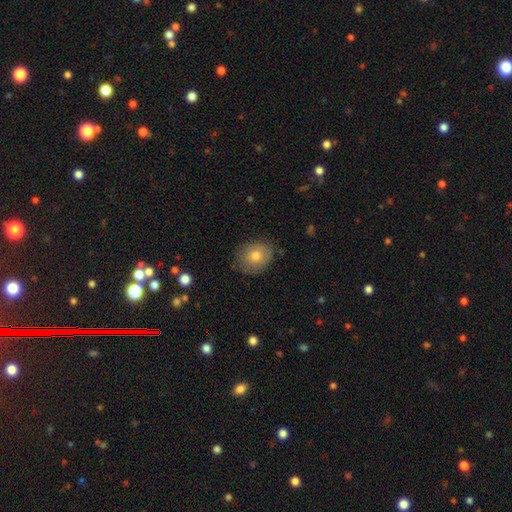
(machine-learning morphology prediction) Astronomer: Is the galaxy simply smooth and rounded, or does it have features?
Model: smooth — 74%.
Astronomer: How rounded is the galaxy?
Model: round — 62% (runner-up: in between, 37%).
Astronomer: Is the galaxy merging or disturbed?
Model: none — 81%.